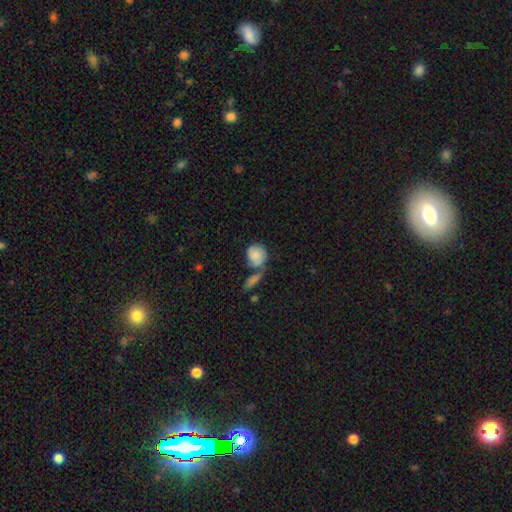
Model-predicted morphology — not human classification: Smooth or featured: smooth — 65% (featured or disk — 28%)
How rounded: round — 66% (in between — 32%)
Merging: none — 38% (merger — 36%)